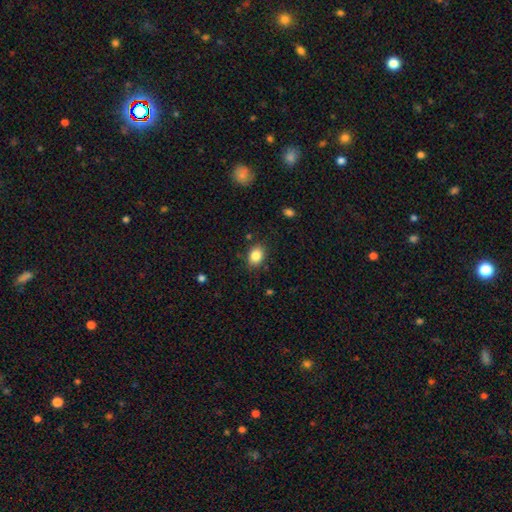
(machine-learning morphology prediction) This is clearly a smooth galaxy (85%). How rounded: likely in between (67%). Merging: clearly none (84%).